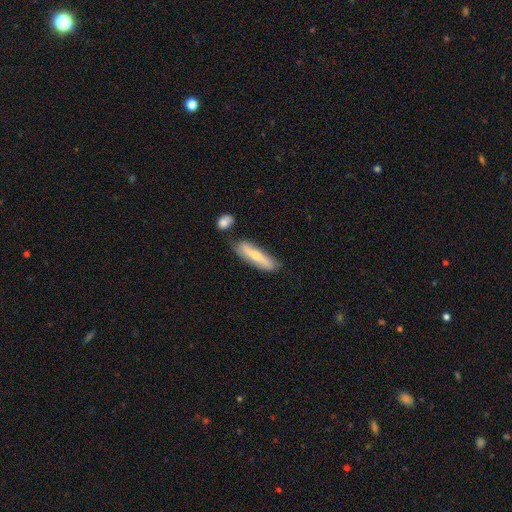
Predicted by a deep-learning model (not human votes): A smooth galaxy with no disk features (59%) that is cigar-shaped (74%).

Vote fractions:
- Smooth or featured? smooth: 59% / featured or disk: 35% / star or artifact: 6%
- How rounded? cigar-shaped: 74% / in between: 24% / round: 2%
- Merging? none: 71% / minor disturbance: 17% / merger: 8% / major disturbance: 4%